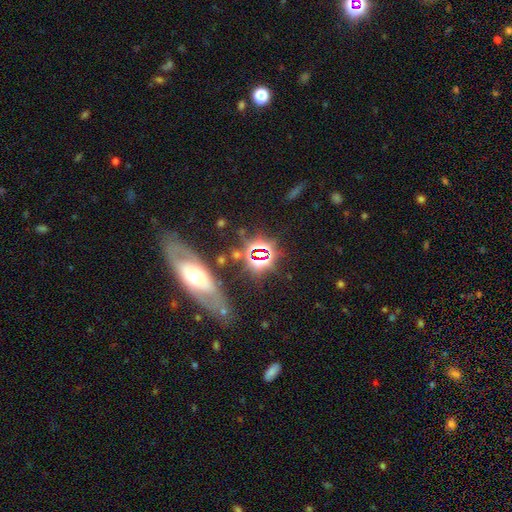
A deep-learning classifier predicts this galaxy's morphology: Overall: featured or disk (53%; smooth 24%). Edge-on disk: no (65%; yes 35%). Merging: none (77%).